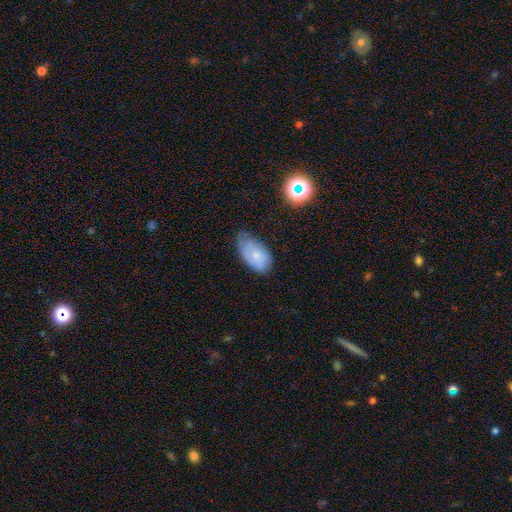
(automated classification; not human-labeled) Smooth or featured?
  - smooth: 75% *
  - featured or disk: 16%
  - star or artifact: 9%
How rounded?
  - in between: 93% *
  - round: 4%
  - cigar-shaped: 2%
Merging?
  - minor disturbance: 46% *
  - none: 40%
  - major disturbance: 12%
  - merger: 2%